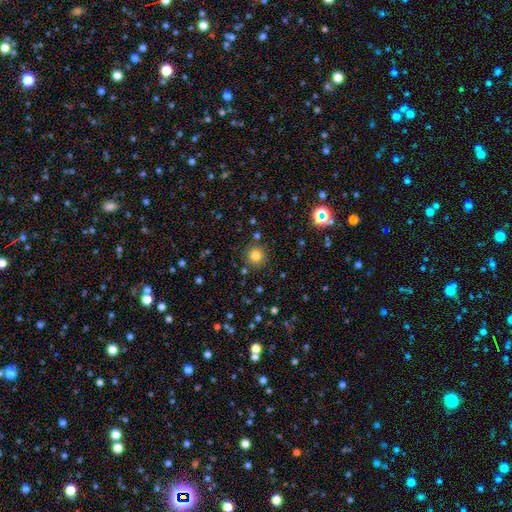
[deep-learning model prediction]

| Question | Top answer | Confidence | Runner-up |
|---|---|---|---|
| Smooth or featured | smooth | 78% | star or artifact (15%) |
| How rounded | round | 94% | in between (5%) |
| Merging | none | 87% | minor disturbance (7%) |